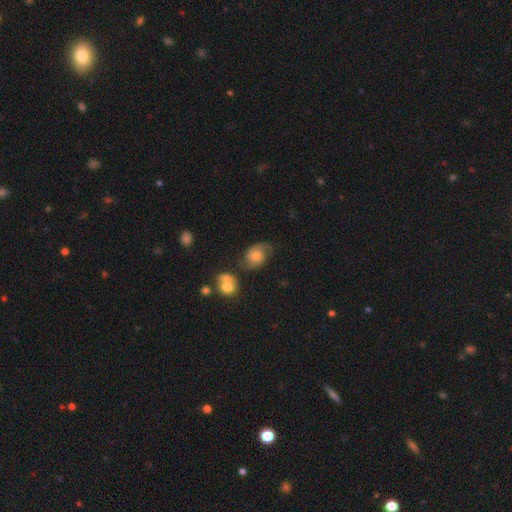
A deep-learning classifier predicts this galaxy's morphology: Smooth or featured? Predicted: featured or disk (p=0.65). Edge-on disk? Predicted: no (p=0.97). Bar? Predicted: no (p=0.73). Spiral arms? Predicted: yes (p=0.91). Spiral winding? Predicted: medium (p=0.44). Spiral arm count? Predicted: 2 (p=0.81). Bulge size? Predicted: moderate (p=0.54). Merging? Predicted: none (p=0.60).